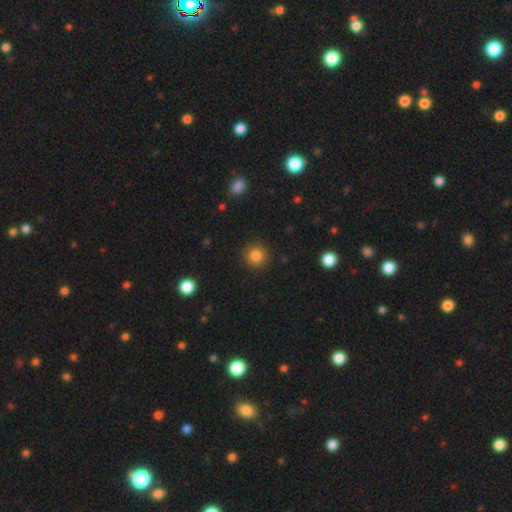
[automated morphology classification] Smooth or featured?
  - smooth: 85% *
  - star or artifact: 11%
  - featured or disk: 4%
How rounded?
  - round: 94% *
  - in between: 5%
  - cigar-shaped: 1%
Merging?
  - none: 91% *
  - minor disturbance: 6%
  - major disturbance: 2%
  - merger: 1%